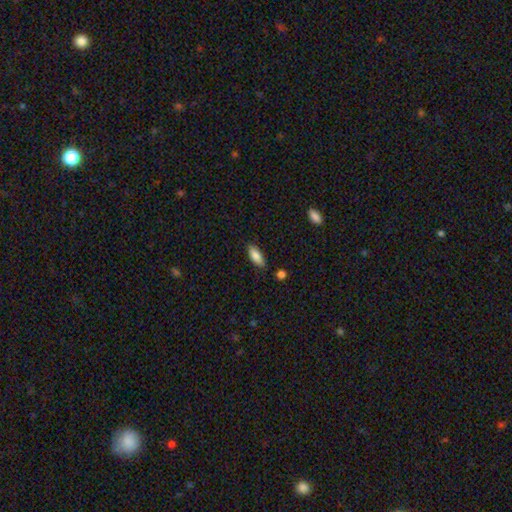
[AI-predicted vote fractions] This is clearly a smooth galaxy (84%). How rounded: likely in between (77%). Merging: clearly none (83%).